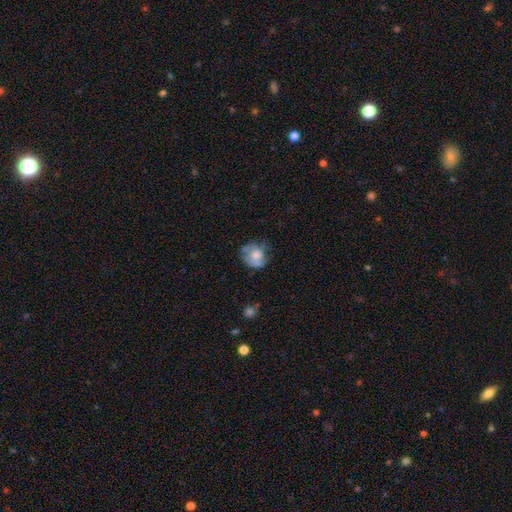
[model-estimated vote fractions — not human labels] Morphology: type=smooth (55%); roundness=round (75%); merging=none (57%).